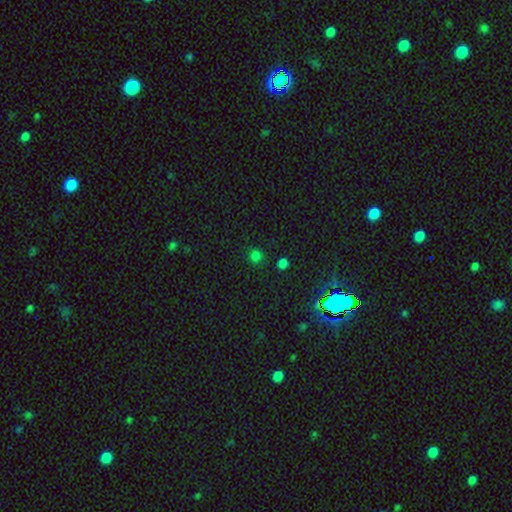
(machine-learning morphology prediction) This appears to be a smooth galaxy with no disk features (72%) that is round (87%). Merging: none (81%).